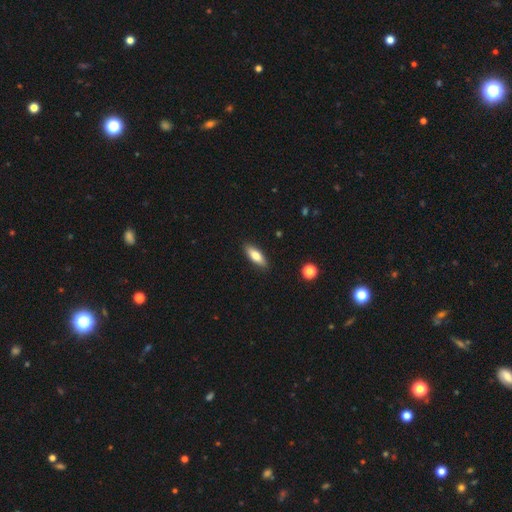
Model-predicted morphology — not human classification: smooth-or-featured: smooth: 74% | featured or disk: 19% | star or artifact: 6%
  how-rounded: in between: 63% | cigar-shaped: 35% | round: 2%
  merging: none: 89% | minor disturbance: 8% | major disturbance: 2% | merger: 1%